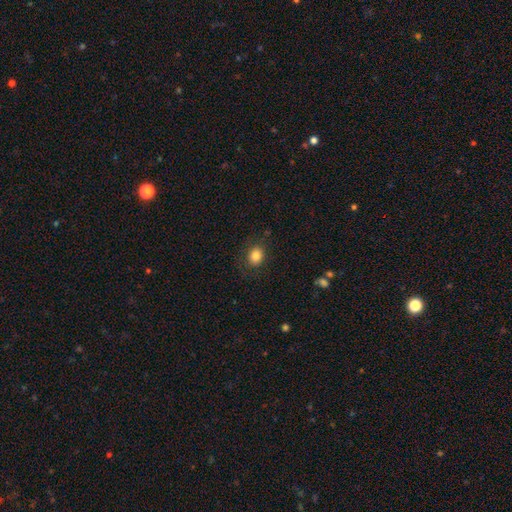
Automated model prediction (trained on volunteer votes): This is clearly a smooth galaxy (84%). How rounded: possibly round (51%). Merging: clearly none (81%).